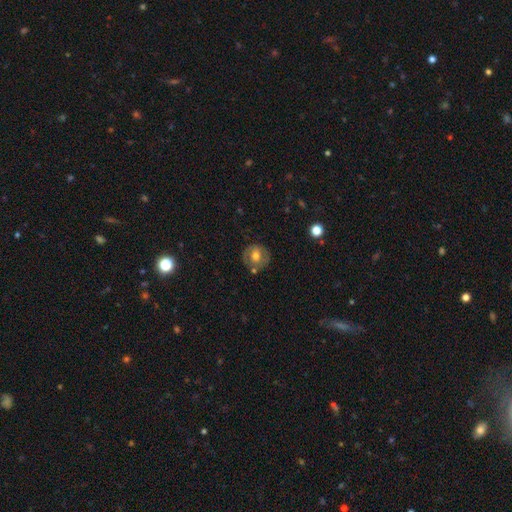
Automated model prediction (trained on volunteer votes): The model was most divided on "smooth or featured": smooth: 47%, featured or disk: 46%, star or artifact: 8%. More confident: merging — none (74%).